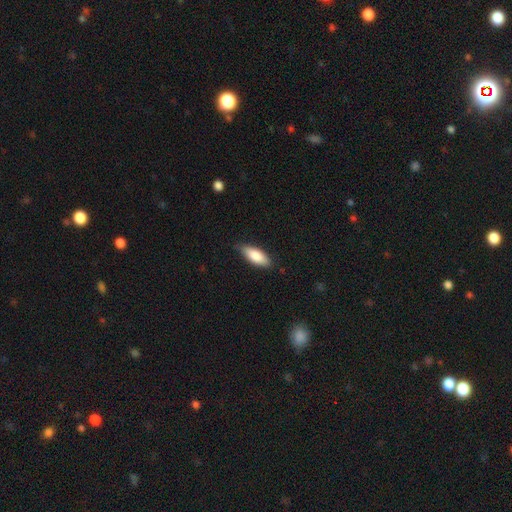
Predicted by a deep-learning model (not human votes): smooth_or_featured: smooth (p=0.81) [alt: featured or disk p=0.14]
how_rounded: in between (p=0.73) [alt: cigar-shaped p=0.25]
merging: none (p=0.80) [alt: minor disturbance p=0.16]